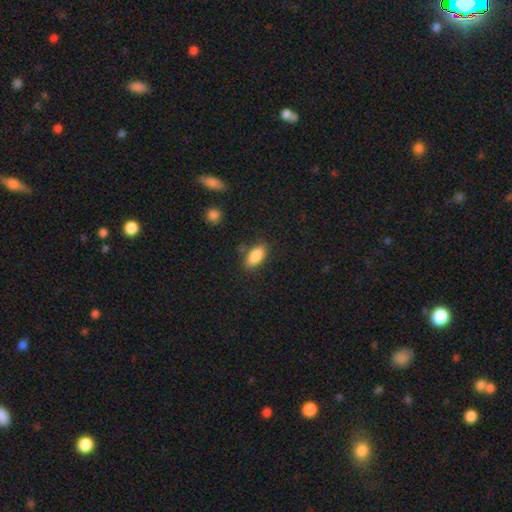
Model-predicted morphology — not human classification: The model was most divided on "merging": none: 80%, minor disturbance: 14%, merger: 4%, major disturbance: 3%. More confident: how rounded — in between (88%); smooth or featured — smooth (86%).